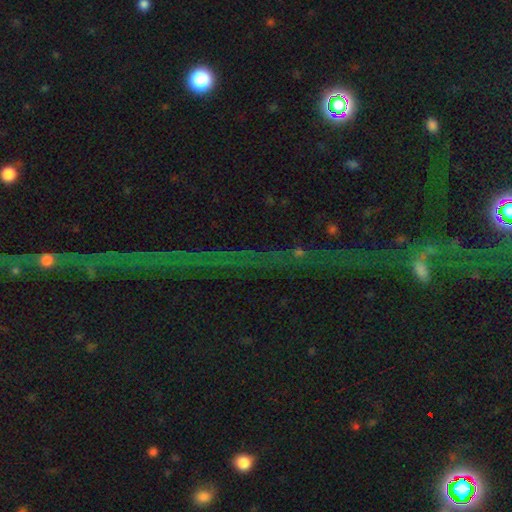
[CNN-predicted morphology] Smooth or featured?
  - star or artifact: 78% *
  - featured or disk: 13%
  - smooth: 8%